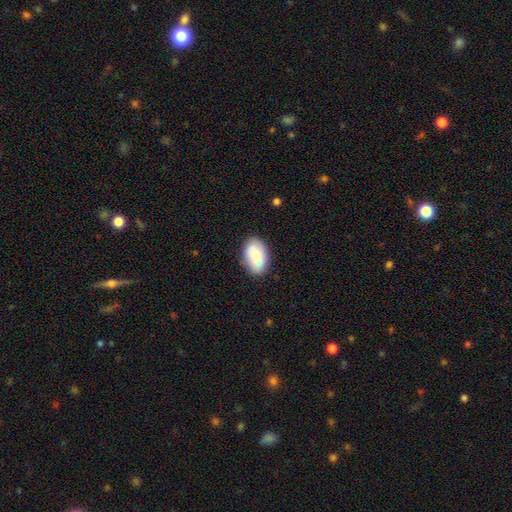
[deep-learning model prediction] A smooth galaxy with no disk features (77%) that is in between round and cigar-shaped (91%).

Vote fractions:
- Smooth or featured? smooth: 77% / featured or disk: 17% / star or artifact: 6%
- How rounded? in between: 91% / round: 8% / cigar-shaped: 1%
- Merging? none: 80% / minor disturbance: 15% / major disturbance: 3% / merger: 2%